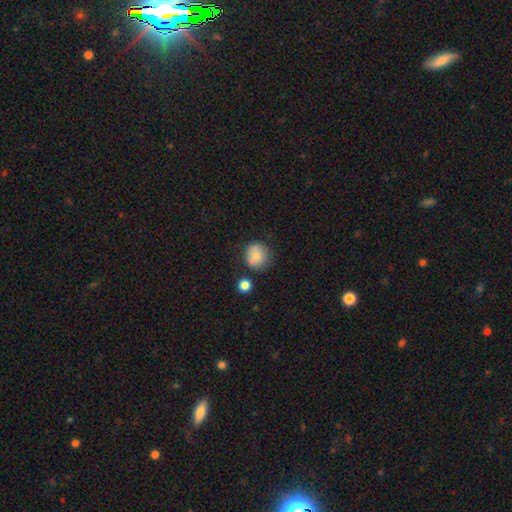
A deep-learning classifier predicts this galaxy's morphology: smooth-or-featured: smooth: 80% | featured or disk: 11% | star or artifact: 9%
  how-rounded: round: 87% | in between: 12% | cigar-shaped: 1%
  merging: none: 71% | minor disturbance: 17% | merger: 7% | major disturbance: 5%